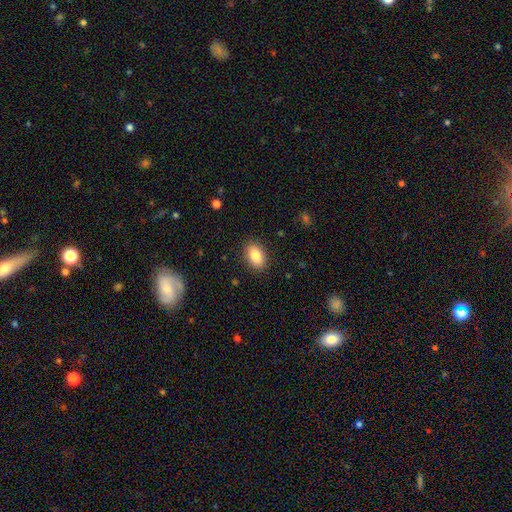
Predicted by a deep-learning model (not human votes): The model was most divided on "smooth or featured": smooth: 84%, featured or disk: 8%, star or artifact: 8%. More confident: how rounded — in between (90%); merging — none (88%).